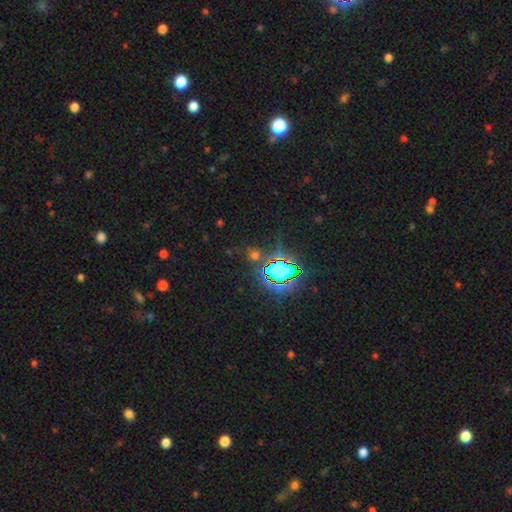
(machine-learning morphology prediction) A star or artifact, not a galaxy (72%).